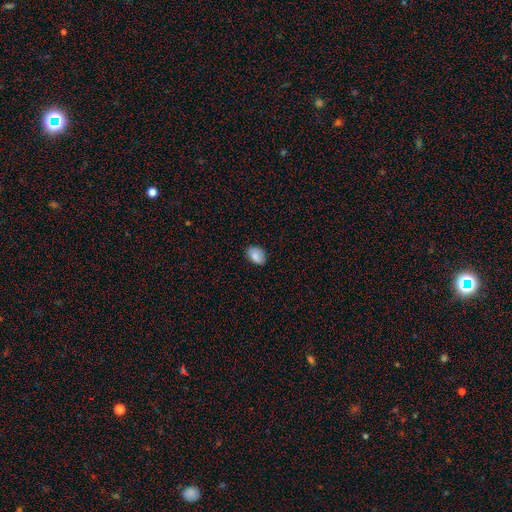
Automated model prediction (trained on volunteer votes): This appears to be a smooth galaxy with no disk features (82%) that is in between round and cigar-shaped (82%). Merging: none (78%).